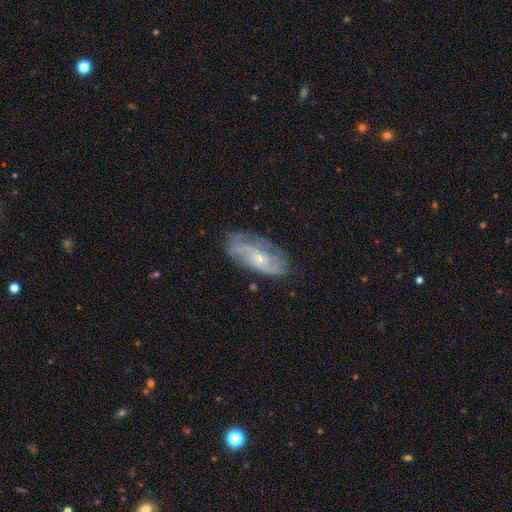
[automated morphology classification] Overall: featured or disk (69%). Edge-on disk: no (88%). Bar: no (60%; weak 32%). Spiral arms: yes (85%). Spiral arm count: 2 (40%; can't tell 34%). Spiral winding: tight (41%; medium 39%). Bulge size: small (54%; moderate 41%). Merging: none (76%).